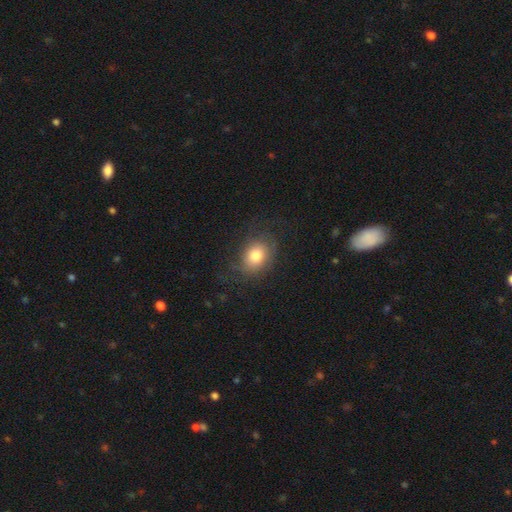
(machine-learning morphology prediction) smooth_or_featured: smooth (p=0.69) [alt: featured or disk p=0.21]
how_rounded: in between (p=0.60) [alt: round p=0.39]
merging: none (p=0.66) [alt: minor disturbance p=0.19]